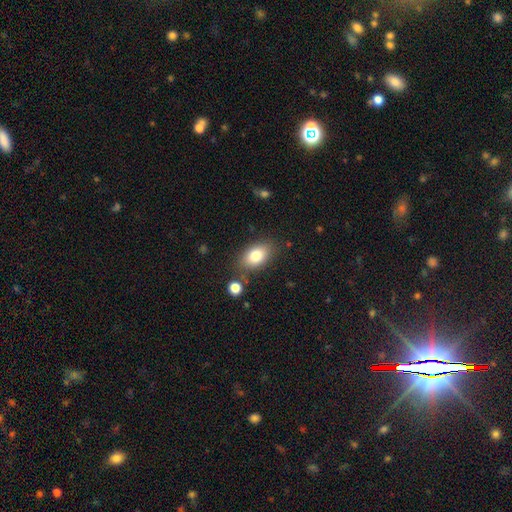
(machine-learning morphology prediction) Smooth or featured? smooth (81%)
How rounded? in between (87%)
Merging? none (79%)